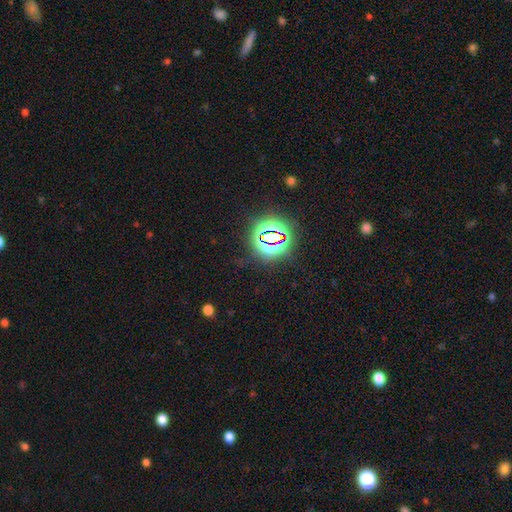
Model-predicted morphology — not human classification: The model was most divided on "smooth or featured": star or artifact: 81%, smooth: 12%, featured or disk: 7%.